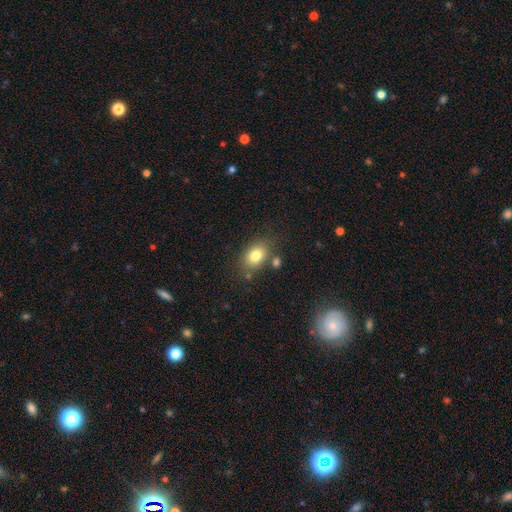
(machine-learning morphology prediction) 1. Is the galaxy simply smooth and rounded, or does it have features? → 80% smooth, 11% featured or disk, 9% star or artifact.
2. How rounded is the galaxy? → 76% in between, 22% round, 1% cigar-shaped.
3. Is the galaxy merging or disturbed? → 71% none, 14% minor disturbance, 10% merger, 5% major disturbance.